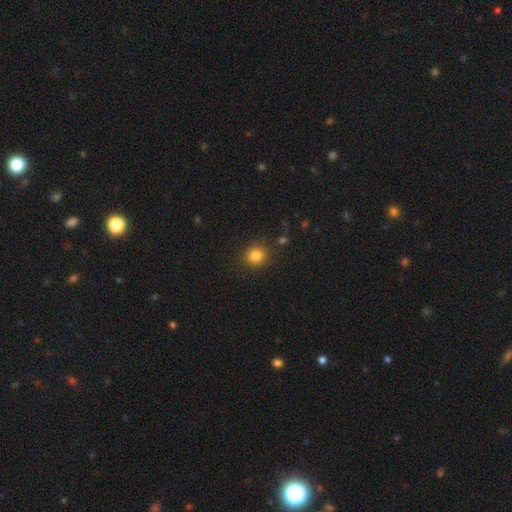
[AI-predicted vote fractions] smooth_or_featured: smooth (p=0.83) [alt: star or artifact p=0.11]
how_rounded: round (p=0.85) [alt: in between p=0.14]
merging: none (p=0.85) [alt: minor disturbance p=0.09]